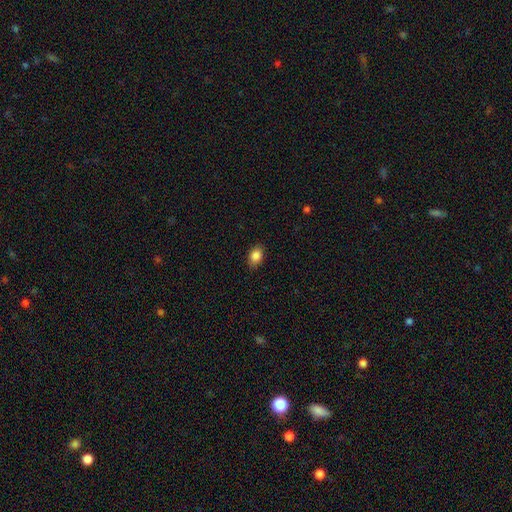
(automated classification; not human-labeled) smooth 86%, star or artifact 9%, featured or disk 6%. Down the decision tree: how rounded — in between (80%); merging — none (86%).